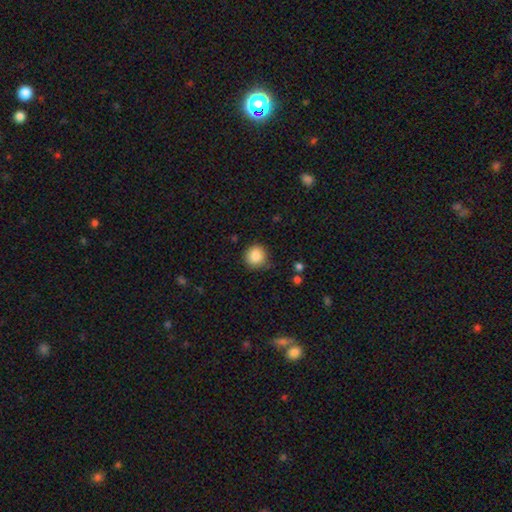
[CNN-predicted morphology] smooth-or-featured: smooth: 86% | star or artifact: 9% | featured or disk: 4%
  how-rounded: round: 92% | in between: 7% | cigar-shaped: 1%
  merging: none: 84% | minor disturbance: 12% | major disturbance: 3% | merger: 2%